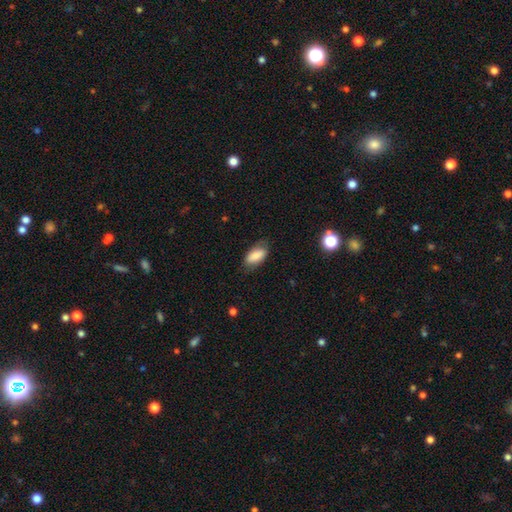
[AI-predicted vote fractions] Q: Smooth or featured?
A: smooth (81%); runner-up: featured or disk (12%)
Q: How rounded?
A: in between (91%); runner-up: cigar-shaped (6%)
Q: Merging?
A: none (73%); runner-up: minor disturbance (21%)